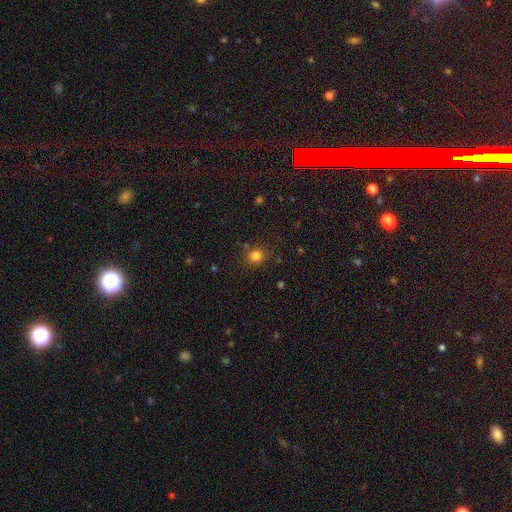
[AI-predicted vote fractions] Smooth or featured?
  - smooth: 80% *
  - star or artifact: 15%
  - featured or disk: 5%
How rounded?
  - round: 81% *
  - in between: 18%
  - cigar-shaped: 1%
Merging?
  - none: 81% *
  - minor disturbance: 11%
  - merger: 4%
  - major disturbance: 4%